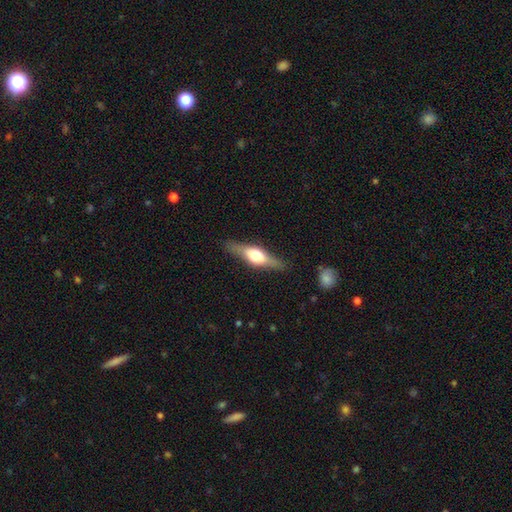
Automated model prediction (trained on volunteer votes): Morphology: type=featured or disk (62%); edge-on=yes (93%); edge-on bulge=rounded (91%); merging=none (84%).